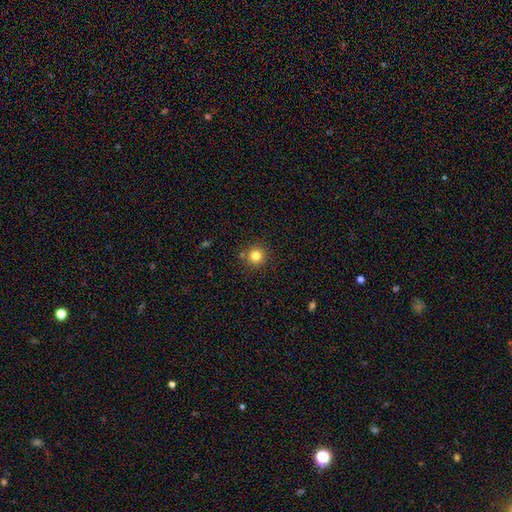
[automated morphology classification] type=smooth (81%); roundness=round (94%); merging=none (86%).